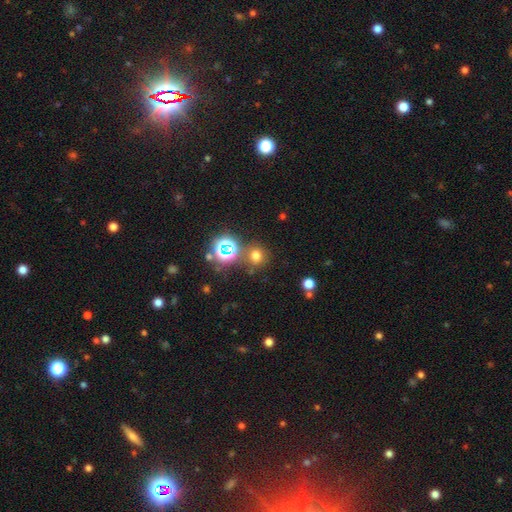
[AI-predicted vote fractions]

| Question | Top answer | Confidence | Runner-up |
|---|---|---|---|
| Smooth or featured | smooth | 65% | star or artifact (28%) |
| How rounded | round | 88% | in between (11%) |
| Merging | none | 77% | merger (10%) |